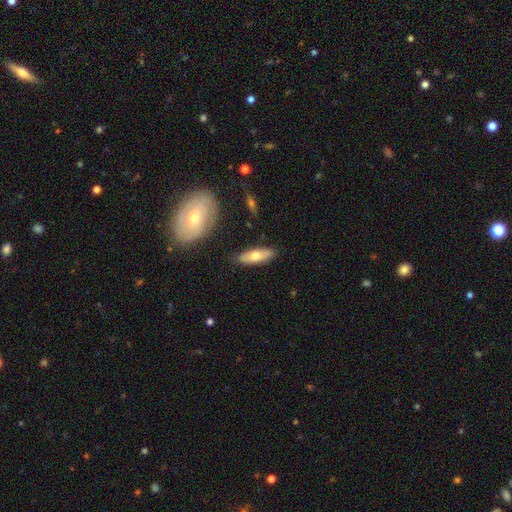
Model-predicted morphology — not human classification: Smooth or featured? Predicted: smooth (p=0.63). How rounded? Predicted: in between (p=0.59). Merging? Predicted: none (p=0.84).